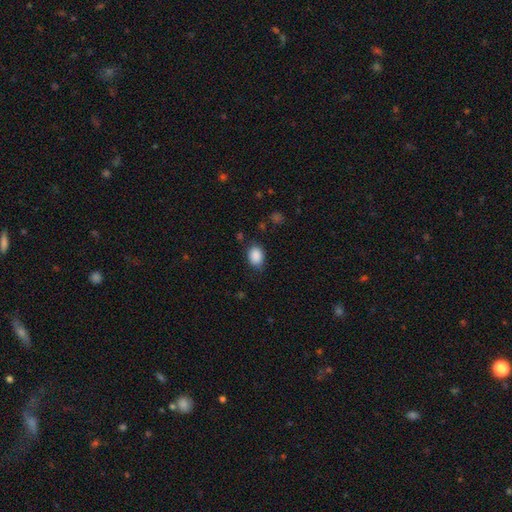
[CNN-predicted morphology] Overall: smooth (88%). How rounded: in between (73%). Merging: none (78%).